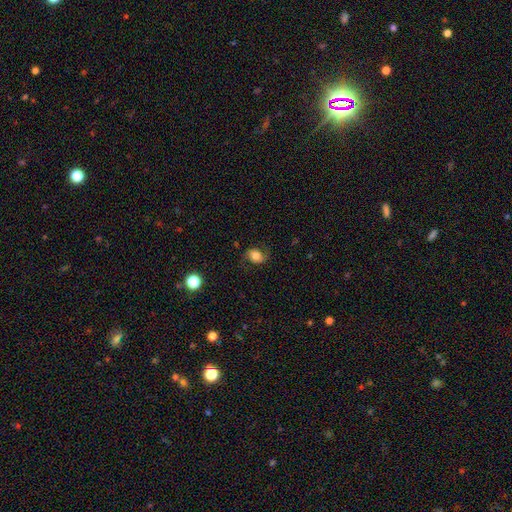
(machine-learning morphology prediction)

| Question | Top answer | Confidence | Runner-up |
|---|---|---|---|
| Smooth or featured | smooth | 49% | featured or disk (40%) |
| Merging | none | 70% | minor disturbance (19%) |